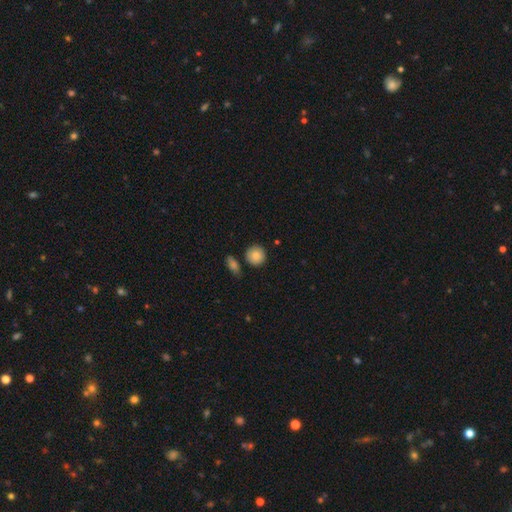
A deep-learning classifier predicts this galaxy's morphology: A smooth galaxy with no disk features (85%) that is round (92%). Merging: none (81%).